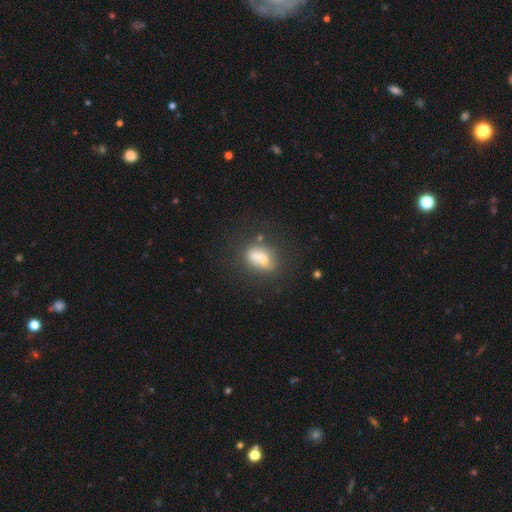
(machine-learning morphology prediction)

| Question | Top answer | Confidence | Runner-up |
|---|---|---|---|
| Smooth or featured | smooth | 62% | featured or disk (27%) |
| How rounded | in between | 79% | round (16%) |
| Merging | none | 40% | merger (23%) |